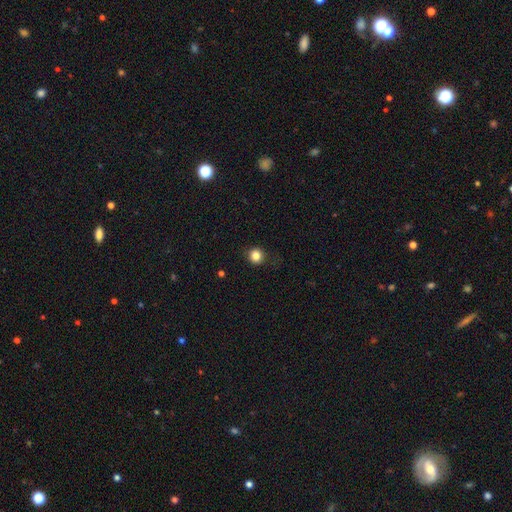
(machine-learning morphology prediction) smooth_or_featured: smooth (p=0.83) [alt: star or artifact p=0.12]
how_rounded: round (p=0.91) [alt: in between p=0.08]
merging: none (p=0.88) [alt: minor disturbance p=0.09]